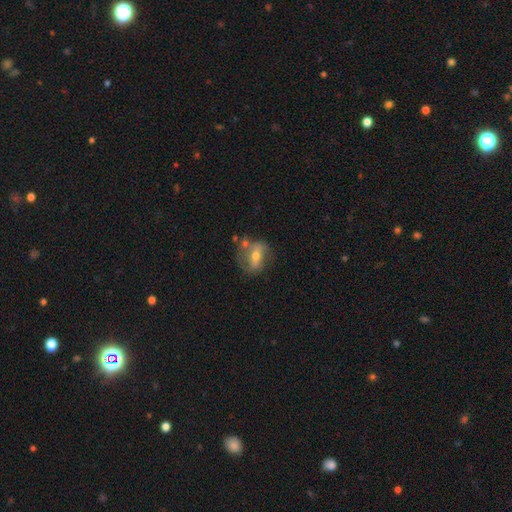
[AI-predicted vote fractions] featured or disk 49%, smooth 41%, star or artifact 10%. Down the decision tree: merging — none (56%).